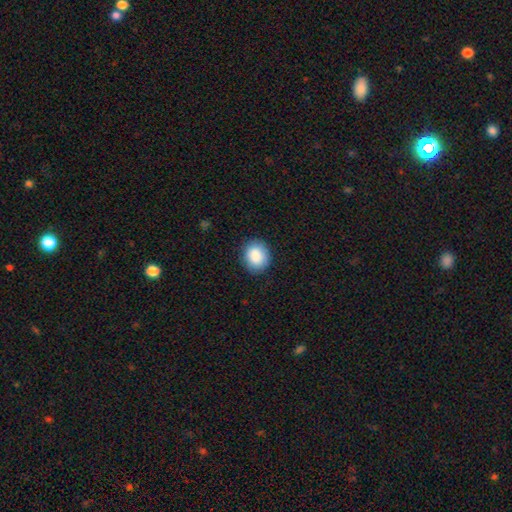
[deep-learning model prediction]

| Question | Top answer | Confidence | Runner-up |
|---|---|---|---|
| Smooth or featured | smooth | 88% | star or artifact (7%) |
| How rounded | round | 60% | in between (39%) |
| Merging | none | 87% | minor disturbance (10%) |